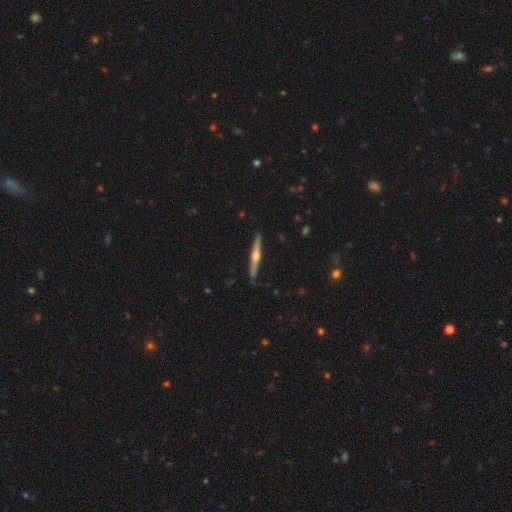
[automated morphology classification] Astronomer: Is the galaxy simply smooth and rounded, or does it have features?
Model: featured or disk — 70%.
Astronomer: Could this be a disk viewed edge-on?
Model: yes — 98%.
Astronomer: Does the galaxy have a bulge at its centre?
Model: rounded — 90%.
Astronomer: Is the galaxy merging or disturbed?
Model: none — 88%.